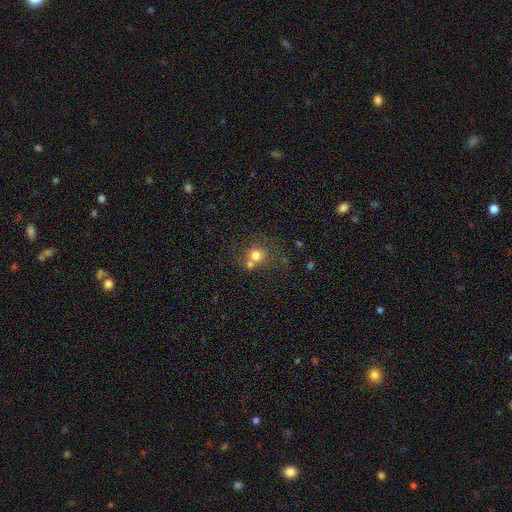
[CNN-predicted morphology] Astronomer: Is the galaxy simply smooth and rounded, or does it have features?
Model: smooth — 72%.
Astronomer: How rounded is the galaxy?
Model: round — 79%.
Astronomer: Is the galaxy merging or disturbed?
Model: none — 43% (runner-up: merger, 39%).